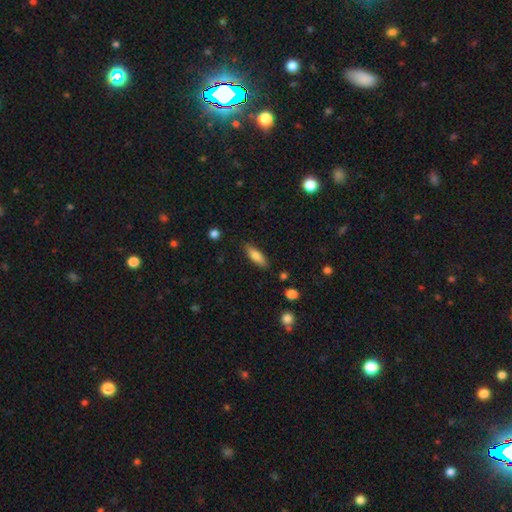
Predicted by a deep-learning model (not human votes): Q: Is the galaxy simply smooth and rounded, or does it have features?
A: smooth — 78%.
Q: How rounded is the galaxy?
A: cigar-shaped — 51%.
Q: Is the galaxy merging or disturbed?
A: none — 85%.